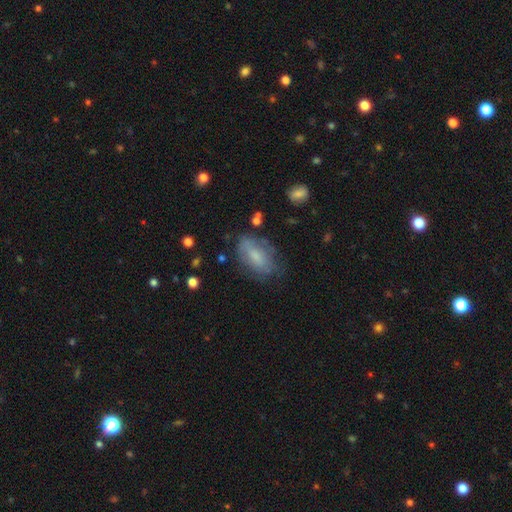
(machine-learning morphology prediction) This is possibly a smooth galaxy (60%). How rounded: clearly in between (89%). Merging: likely none (61%).